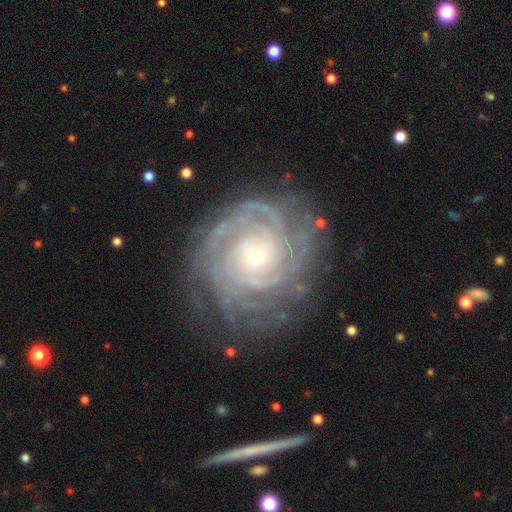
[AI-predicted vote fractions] A featured or disk galaxy (90%) with no bar (76%), tight (78%) spiral arms (98%) and a small central bulge (78%). Merging: none (74%).